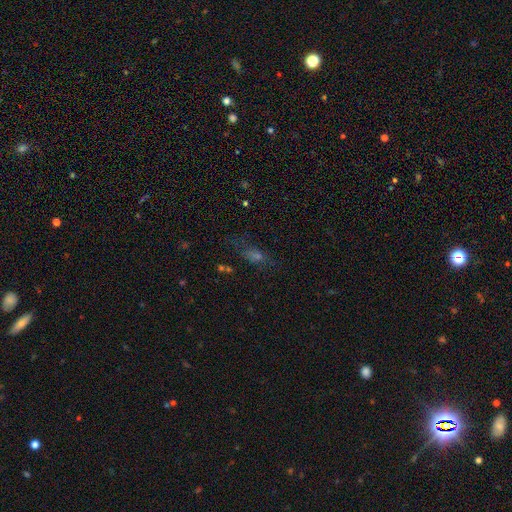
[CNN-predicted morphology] type=smooth (39%); merging=none (59%).